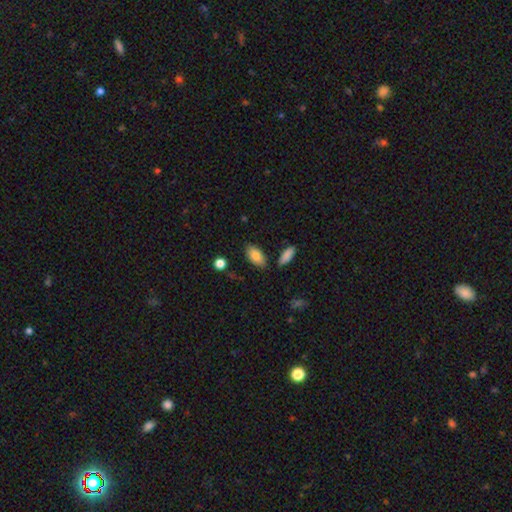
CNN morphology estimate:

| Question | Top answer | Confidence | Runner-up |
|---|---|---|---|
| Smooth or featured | smooth | 82% | featured or disk (11%) |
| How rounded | in between | 92% | cigar-shaped (4%) |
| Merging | none | 81% | minor disturbance (12%) |